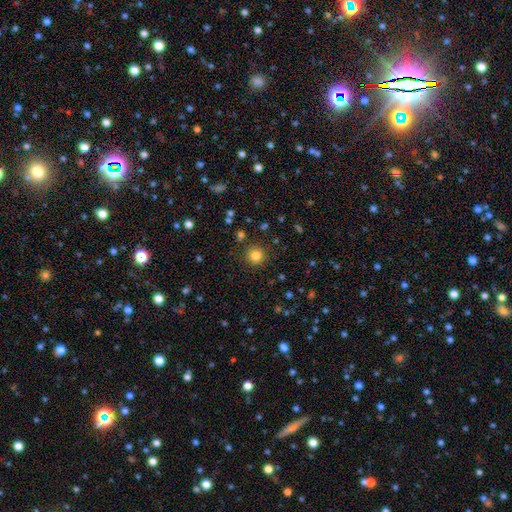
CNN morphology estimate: A smooth galaxy with no disk features (82%) that is round (94%). Merging: none (89%).